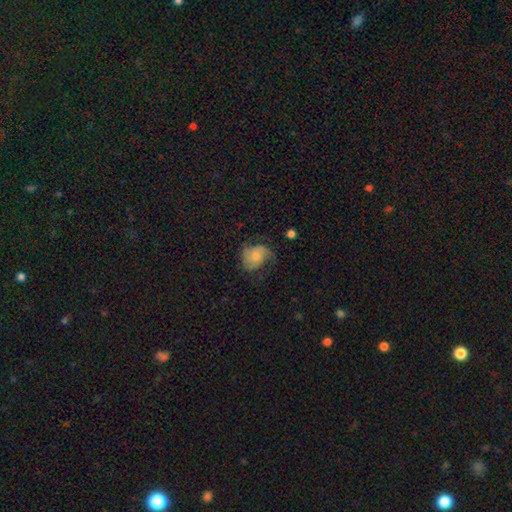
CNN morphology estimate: Smooth or featured? Predicted: featured or disk (p=0.59). Edge-on disk? Predicted: no (p=0.97). Bar? Predicted: no (p=0.78). Spiral arms? Predicted: yes (p=0.87). Bulge size? Predicted: moderate (p=0.53). Merging? Predicted: none (p=0.56).